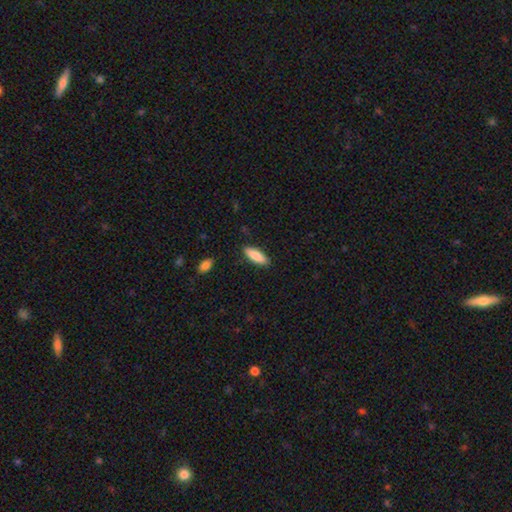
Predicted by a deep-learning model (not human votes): This is clearly a smooth galaxy (86%). How rounded: possibly in between (55%). Merging: clearly none (87%).